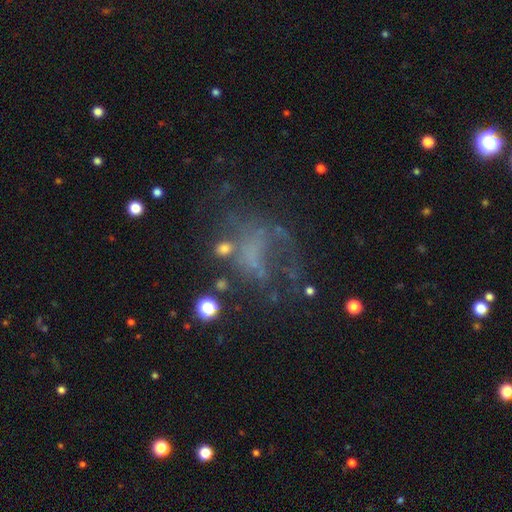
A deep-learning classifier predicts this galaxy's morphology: type=featured or disk (49%); merging=none (39%).